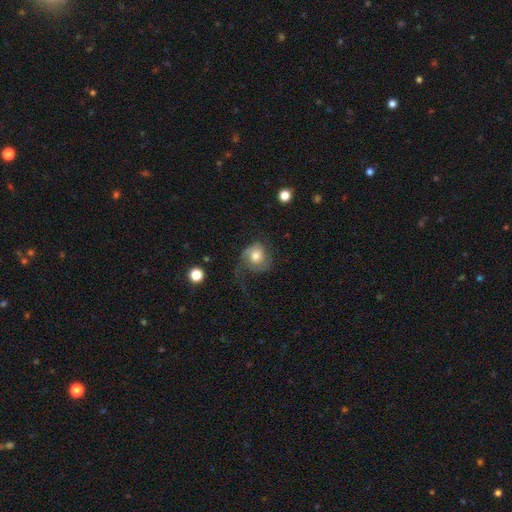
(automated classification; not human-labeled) Smooth or featured: featured or disk — 50% (smooth — 42%)
Edge-on disk: no — 97% (yes — 3%)
Merging: major disturbance — 41% (none — 36%)